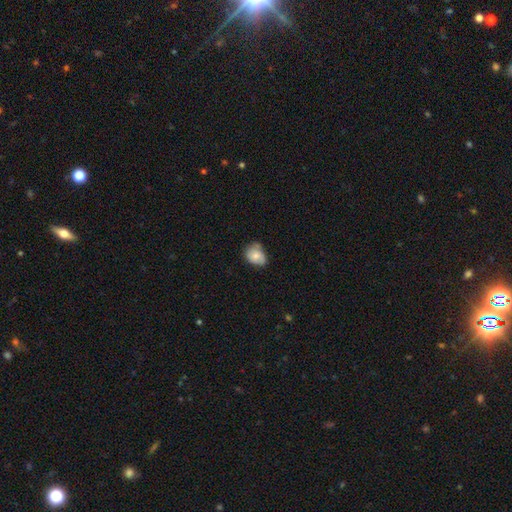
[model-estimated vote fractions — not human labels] Smooth or featured? Predicted: smooth (p=0.72). How rounded? Predicted: in between (p=0.65). Merging? Predicted: none (p=0.52).